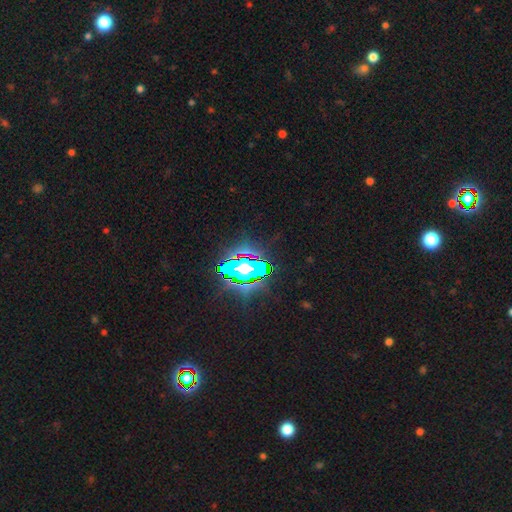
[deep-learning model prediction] The model was most divided on "smooth or featured": star or artifact: 65%, smooth: 18%, featured or disk: 18%.